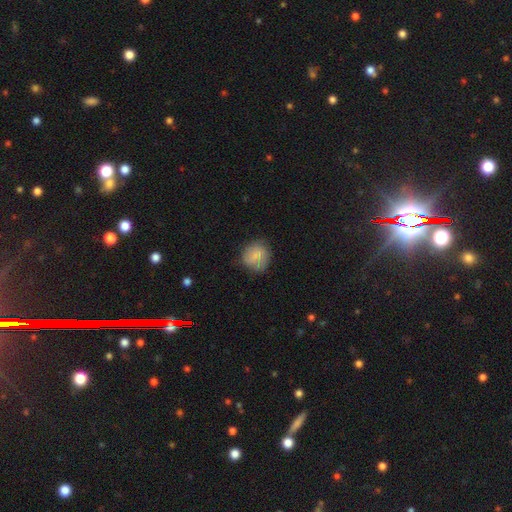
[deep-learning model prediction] smooth 73%, featured or disk 20%, star or artifact 7%. Down the decision tree: how rounded — round (81%); merging — none (66%).